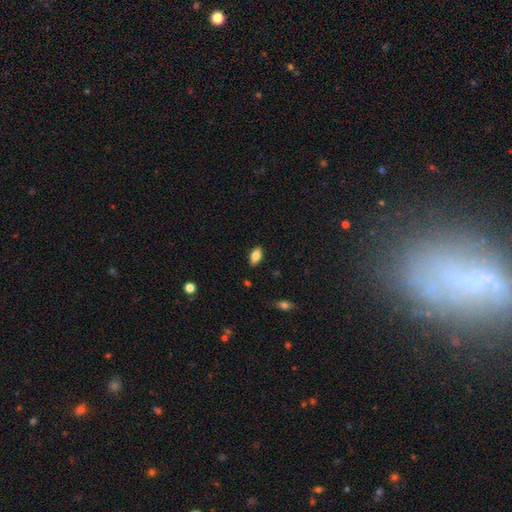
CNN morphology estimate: A smooth galaxy with no disk features (83%) that is in between round and cigar-shaped (92%). Merging: none (87%).